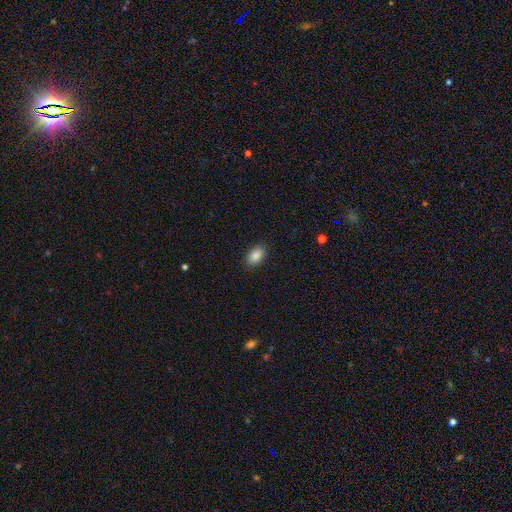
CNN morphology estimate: The model was most divided on "merging": none: 87%, minor disturbance: 9%, major disturbance: 2%, merger: 1%. More confident: how rounded — in between (90%); smooth or featured — smooth (88%).